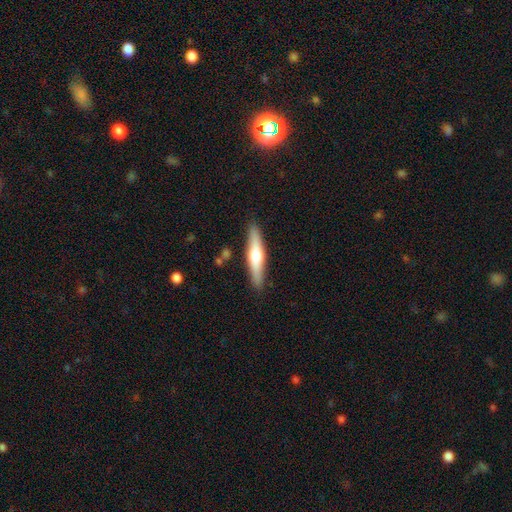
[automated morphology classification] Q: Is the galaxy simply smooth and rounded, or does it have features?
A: featured or disk — 50%.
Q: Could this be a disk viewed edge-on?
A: yes — 92%.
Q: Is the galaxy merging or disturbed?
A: none — 88%.